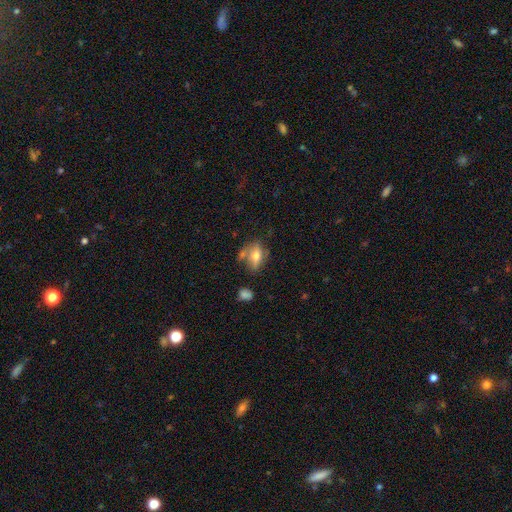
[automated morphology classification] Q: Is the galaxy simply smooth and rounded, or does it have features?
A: smooth — 59%.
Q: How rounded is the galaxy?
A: in between — 77%.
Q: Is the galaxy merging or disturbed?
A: none — 52%.